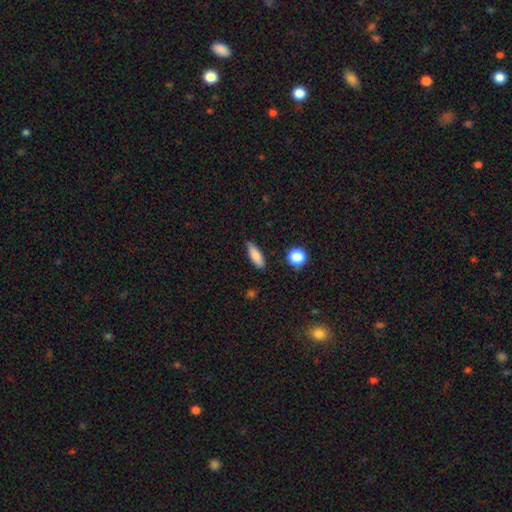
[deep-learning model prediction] smooth_or_featured: smooth (p=0.83) [alt: featured or disk p=0.09]
how_rounded: in between (p=0.56) [alt: cigar-shaped p=0.40]
merging: none (p=0.80) [alt: minor disturbance p=0.15]